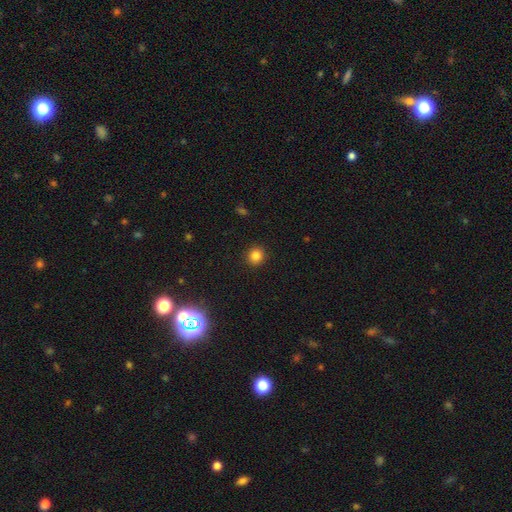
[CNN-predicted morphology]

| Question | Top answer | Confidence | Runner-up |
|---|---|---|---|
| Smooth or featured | smooth | 83% | star or artifact (12%) |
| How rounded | round | 90% | in between (9%) |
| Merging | none | 92% | minor disturbance (5%) |